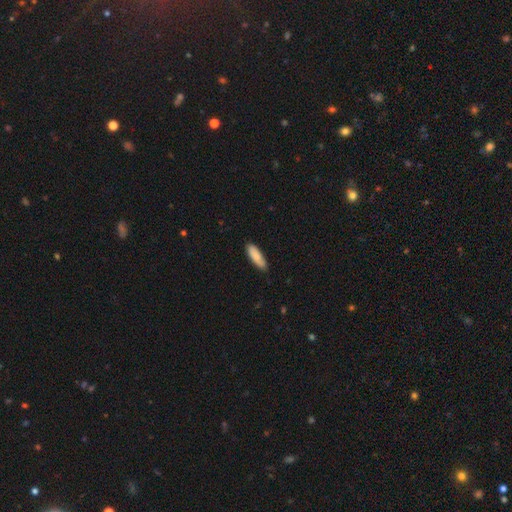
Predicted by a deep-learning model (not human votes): This appears to be a smooth galaxy with no disk features (86%) that is in between round and cigar-shaped (50%). Merging: none (80%).